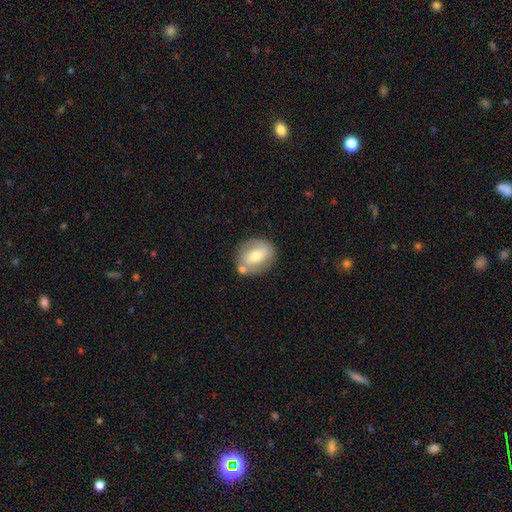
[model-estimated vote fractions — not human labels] Smooth or featured? Predicted: featured or disk (p=0.46, tied with smooth). Merging? Predicted: none (p=0.69).